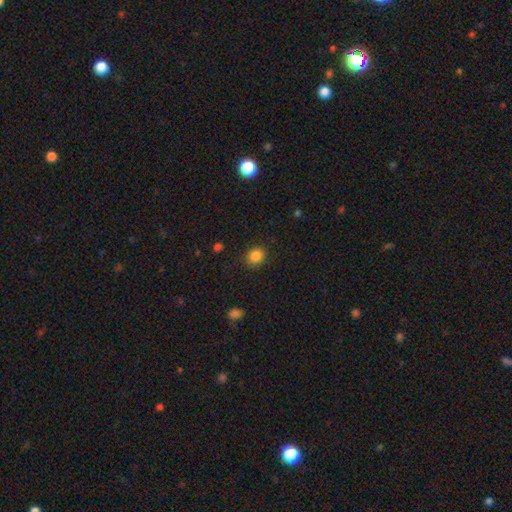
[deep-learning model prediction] Smooth or featured? smooth (85%)
How rounded? round (76%)
Merging? none (87%)